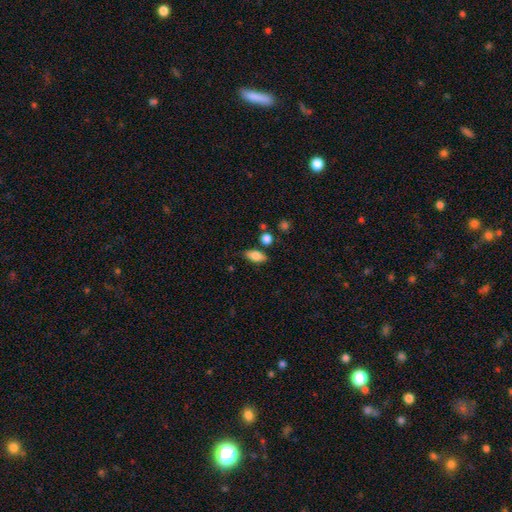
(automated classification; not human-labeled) This is likely a smooth galaxy (80%). How rounded: clearly in between (88%). Merging: likely none (79%).